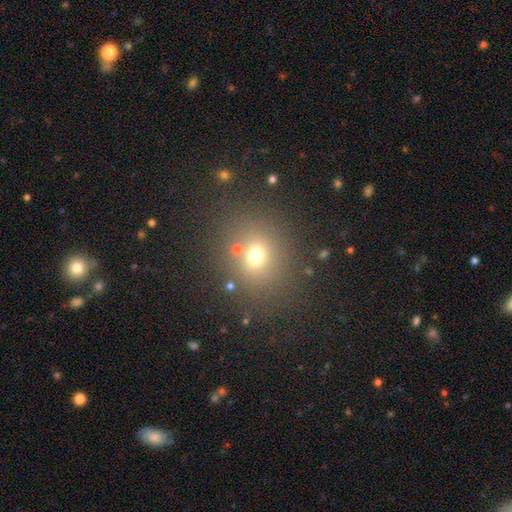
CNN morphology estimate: A smooth galaxy with no disk features (68%) that is round (73%).

Vote fractions:
- Smooth or featured? smooth: 68% / star or artifact: 22% / featured or disk: 10%
- How rounded? round: 73% / in between: 26% / cigar-shaped: 1%
- Merging? none: 78% / minor disturbance: 10% / merger: 7% / major disturbance: 6%